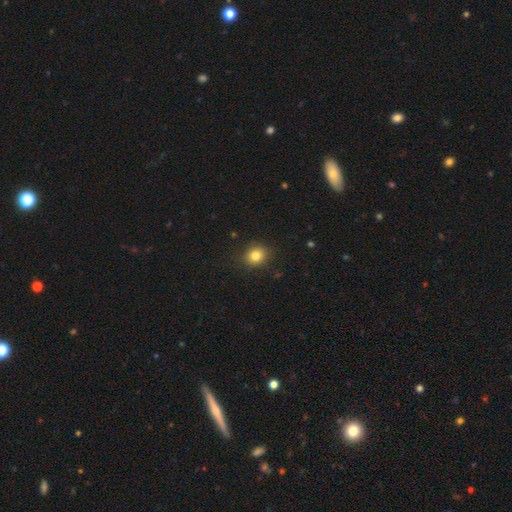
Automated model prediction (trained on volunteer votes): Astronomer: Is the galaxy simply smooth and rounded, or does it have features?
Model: smooth — 81%.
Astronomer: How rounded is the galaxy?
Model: round — 72%.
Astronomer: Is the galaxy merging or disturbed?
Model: none — 86%.